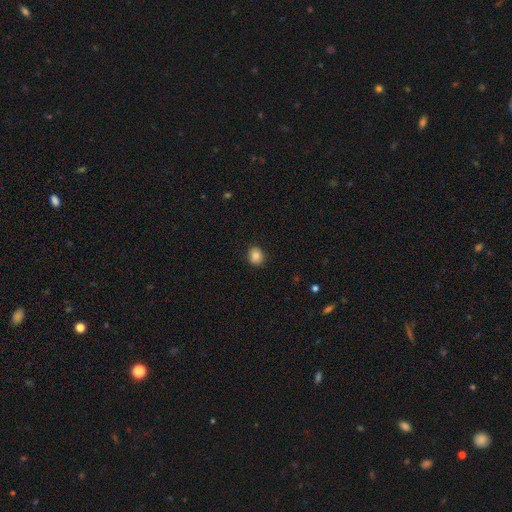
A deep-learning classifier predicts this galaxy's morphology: The model was most divided on "how rounded": round: 75%, in between: 24%, cigar-shaped: 1%. More confident: merging — none (88%); smooth or featured — smooth (83%).